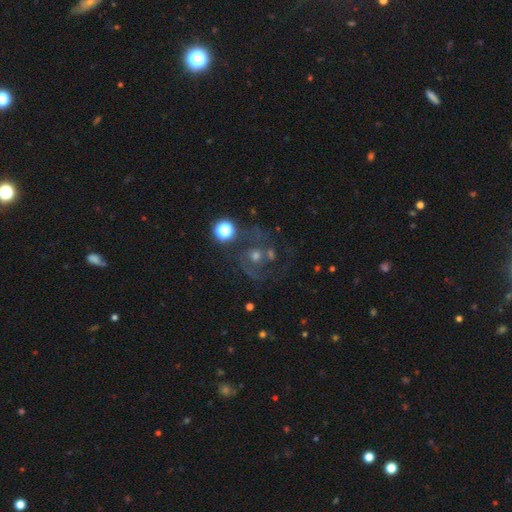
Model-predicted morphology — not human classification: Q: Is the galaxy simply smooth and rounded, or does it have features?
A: featured or disk — 62%.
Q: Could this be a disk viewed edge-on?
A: no — 97%.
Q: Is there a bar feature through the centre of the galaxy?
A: no — 76%.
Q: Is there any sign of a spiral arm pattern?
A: yes — 79%.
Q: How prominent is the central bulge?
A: moderate — 57%.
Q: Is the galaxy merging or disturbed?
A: none — 50%.